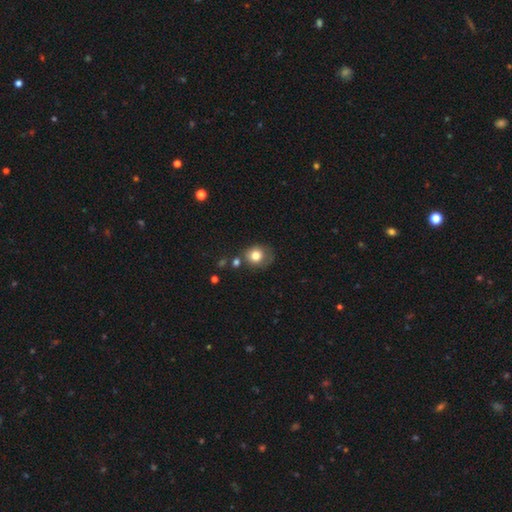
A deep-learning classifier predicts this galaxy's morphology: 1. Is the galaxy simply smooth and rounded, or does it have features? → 79% smooth, 10% featured or disk, 10% star or artifact.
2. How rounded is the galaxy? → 73% round, 26% in between, 1% cigar-shaped.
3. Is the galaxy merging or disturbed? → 60% none, 22% minor disturbance, 9% merger, 8% major disturbance.